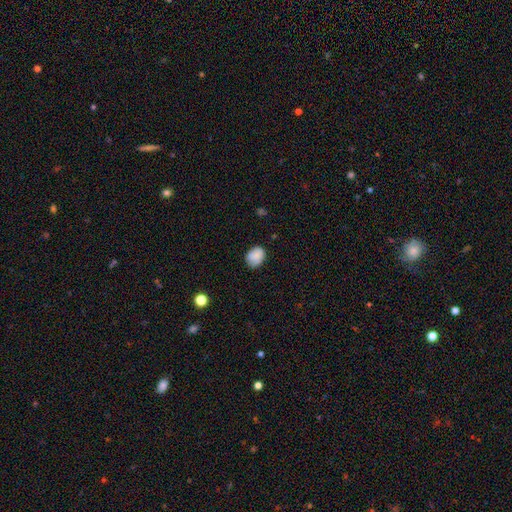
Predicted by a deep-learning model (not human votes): This appears to be a smooth galaxy with no disk features (85%) that is in between round and cigar-shaped (60%). Merging: none (73%).